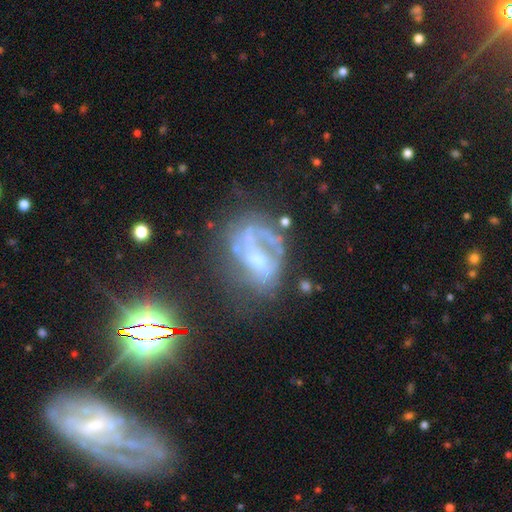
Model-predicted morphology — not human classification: The model was most divided on "bulge size": small: 39%, moderate: 37%, none: 18%, large: 5%, dominant: 2%. Remaining: edge-on disk — no (96%); smooth or featured — featured or disk (68%); spiral arms — yes (60%); bar — no (52%); merging — none (39%).